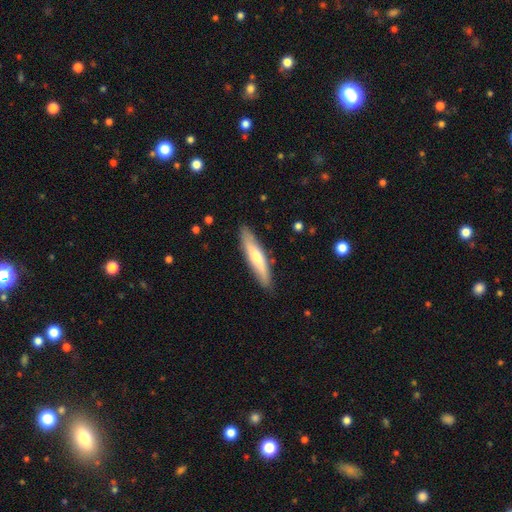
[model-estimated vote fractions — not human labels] The model was most divided on "smooth or featured": smooth: 57%, featured or disk: 37%, star or artifact: 5%. More confident: merging — none (87%); how rounded — cigar-shaped (83%).